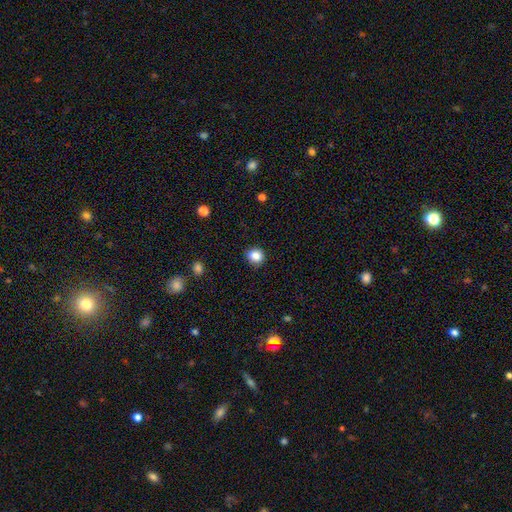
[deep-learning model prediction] smooth 85%, star or artifact 11%, featured or disk 5%. Down the decision tree: how rounded — round (83%); merging — none (89%).